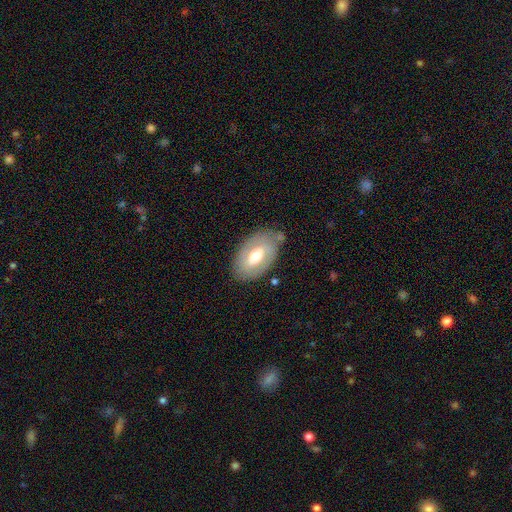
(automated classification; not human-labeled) Smooth or featured: featured or disk — 50% (smooth — 44%)
Edge-on disk: no — 88% (yes — 12%)
Merging: none — 73% (minor disturbance — 18%)